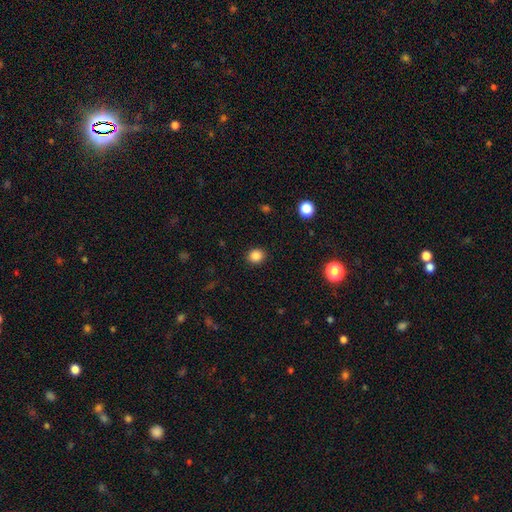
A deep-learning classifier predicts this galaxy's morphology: Overall: smooth (85%). How rounded: round (77%). Merging: none (90%).